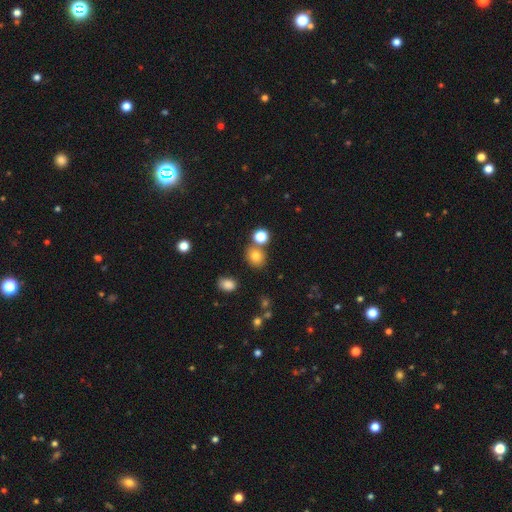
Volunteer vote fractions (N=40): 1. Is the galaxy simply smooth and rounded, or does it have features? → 90% smooth, 5% featured or disk, 5% star or artifact.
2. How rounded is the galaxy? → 61% round, 39% in between, 0% cigar-shaped.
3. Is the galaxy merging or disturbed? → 74% none, 16% merger, 5% minor disturbance, 5% major disturbance.